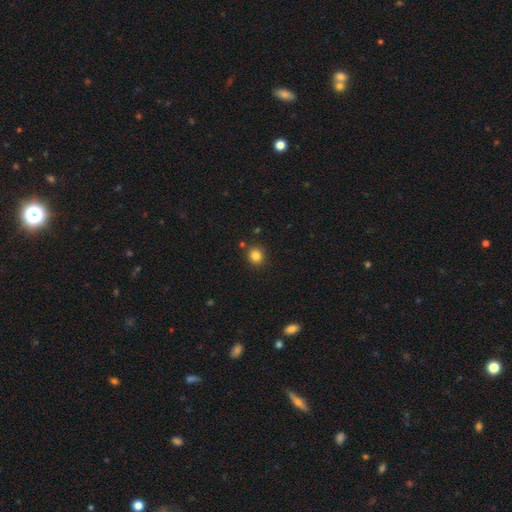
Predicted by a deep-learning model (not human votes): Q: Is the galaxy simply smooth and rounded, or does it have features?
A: smooth — 84%.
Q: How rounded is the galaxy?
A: round — 86%.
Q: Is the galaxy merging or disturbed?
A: none — 87%.